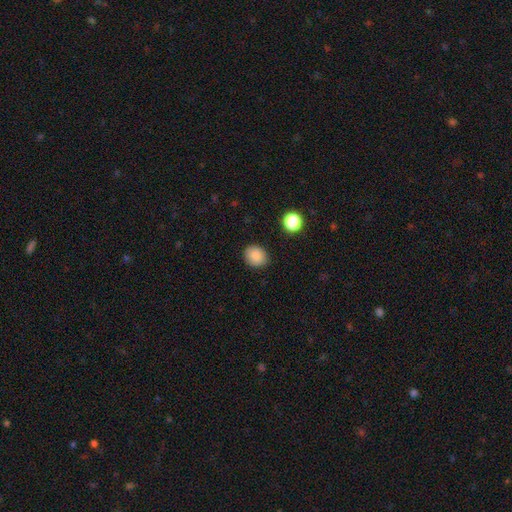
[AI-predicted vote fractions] smooth 86%, star or artifact 10%, featured or disk 5%. Down the decision tree: how rounded — round (69%); merging — none (88%).